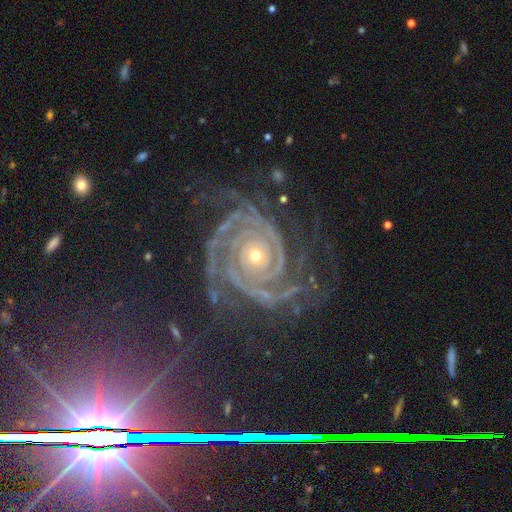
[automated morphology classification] Smooth or featured?
  - featured or disk: 87% *
  - star or artifact: 10%
  - smooth: 3%
Edge-on disk?
  - no: 98% *
  - yes: 2%
Bar?
  - no: 80% *
  - weak: 12%
  - strong: 8%
Spiral arms?
  - yes: 99% *
  - no: 1%
Spiral winding?
  - tight: 81% *
  - medium: 16%
  - loose: 3%
Spiral arm count?
  - 2: 32% *
  - 3: 24%
  - 4: 13%
  - can't tell: 13%
  - more than 4: 10%
  - 1: 9%
Bulge size?
  - small: 67% *
  - moderate: 30%
  - large: 1%
  - none: 1%
  - dominant: 1%
Merging?
  - none: 72% *
  - minor disturbance: 17%
  - major disturbance: 9%
  - merger: 2%